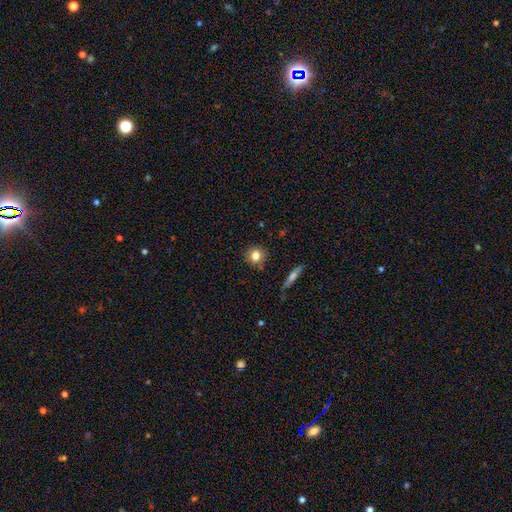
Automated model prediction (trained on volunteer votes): A smooth galaxy with no disk features (79%) that is round (89%).

Vote fractions:
- Smooth or featured? smooth: 79% / featured or disk: 10% / star or artifact: 10%
- How rounded? round: 89% / in between: 10% / cigar-shaped: 2%
- Merging? none: 86% / minor disturbance: 9% / merger: 3% / major disturbance: 2%